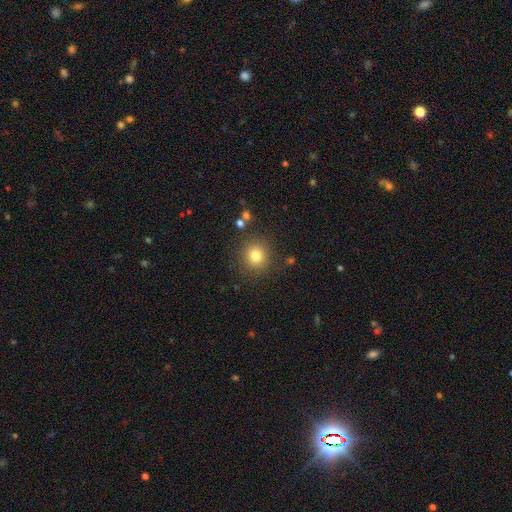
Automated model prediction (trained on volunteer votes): Smooth or featured?
  - smooth: 79% *
  - star or artifact: 13%
  - featured or disk: 7%
How rounded?
  - round: 91% *
  - in between: 8%
  - cigar-shaped: 1%
Merging?
  - none: 86% *
  - minor disturbance: 8%
  - major disturbance: 3%
  - merger: 3%